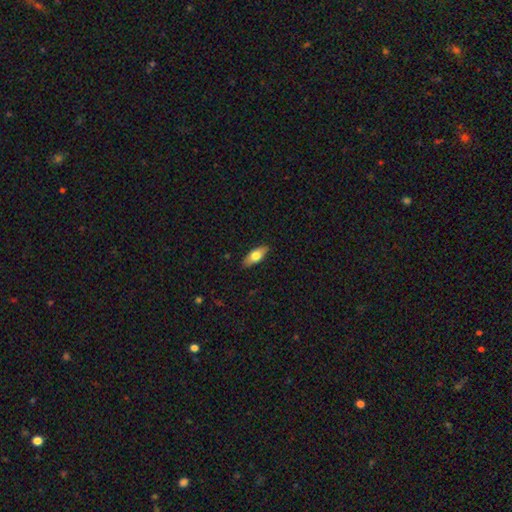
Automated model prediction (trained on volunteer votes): Smooth or featured? Predicted: smooth (p=0.65). How rounded? Predicted: in between (p=0.76). Merging? Predicted: none (p=0.87).